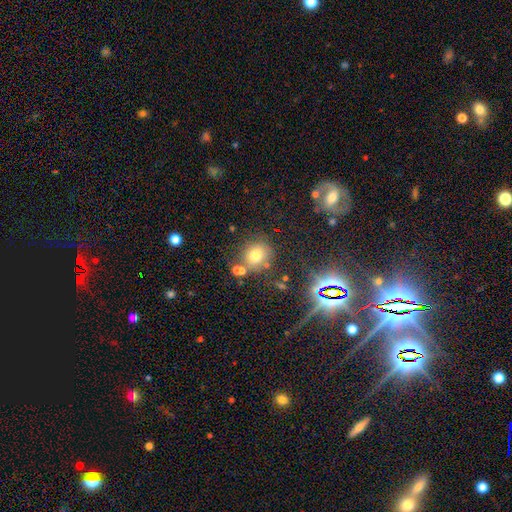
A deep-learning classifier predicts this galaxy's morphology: smooth_or_featured: smooth (p=0.71) [alt: star or artifact p=0.17]
how_rounded: round (p=0.82) [alt: in between p=0.17]
merging: none (p=0.68) [alt: merger p=0.15]